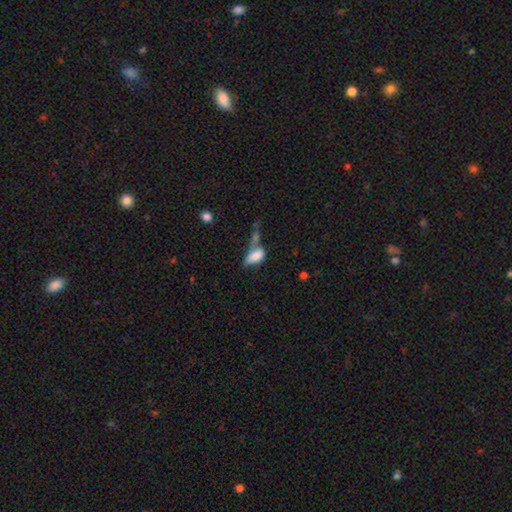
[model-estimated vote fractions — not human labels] Morphology: type=smooth (74%); roundness=in between (88%); merging=merger (39%).